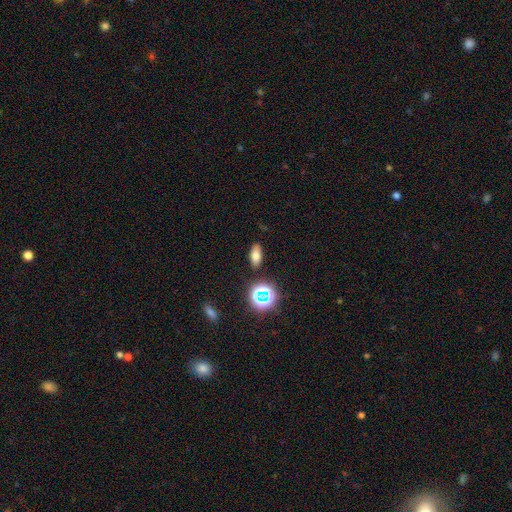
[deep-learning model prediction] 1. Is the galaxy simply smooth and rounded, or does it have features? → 71% smooth, 17% star or artifact, 11% featured or disk.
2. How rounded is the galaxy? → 81% in between, 11% cigar-shaped, 8% round.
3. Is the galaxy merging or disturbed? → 87% none, 9% minor disturbance, 2% major disturbance, 2% merger.